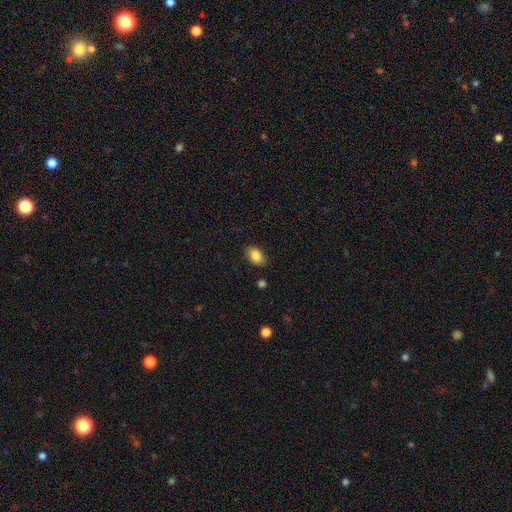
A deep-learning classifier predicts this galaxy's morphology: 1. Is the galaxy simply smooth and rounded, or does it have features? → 86% smooth, 8% star or artifact, 6% featured or disk.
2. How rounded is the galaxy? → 88% in between, 11% round, 2% cigar-shaped.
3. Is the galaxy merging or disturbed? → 84% none, 12% minor disturbance, 3% major disturbance, 2% merger.